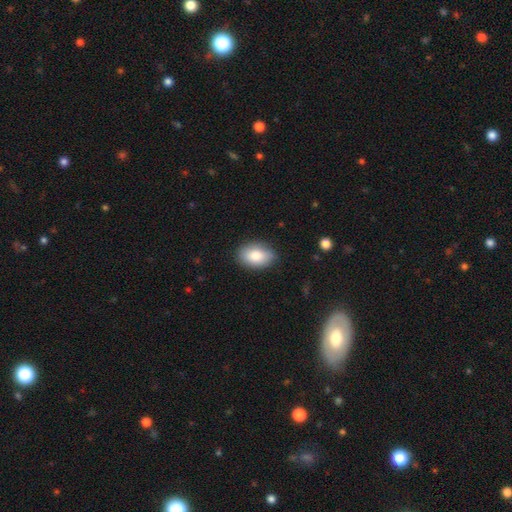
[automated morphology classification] The model was most divided on "merging": none: 83%, minor disturbance: 13%, major disturbance: 3%, merger: 1%. More confident: how rounded — in between (86%); smooth or featured — smooth (83%).